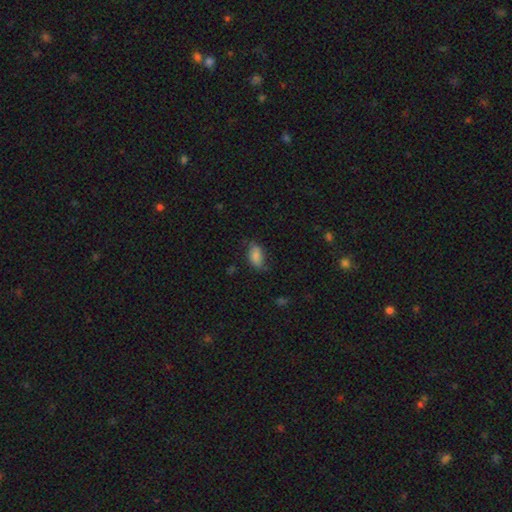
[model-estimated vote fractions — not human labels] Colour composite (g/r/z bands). It shows a smooth galaxy with no disk features (73%) that is in between round and cigar-shaped (91%). Merging: none (63%).